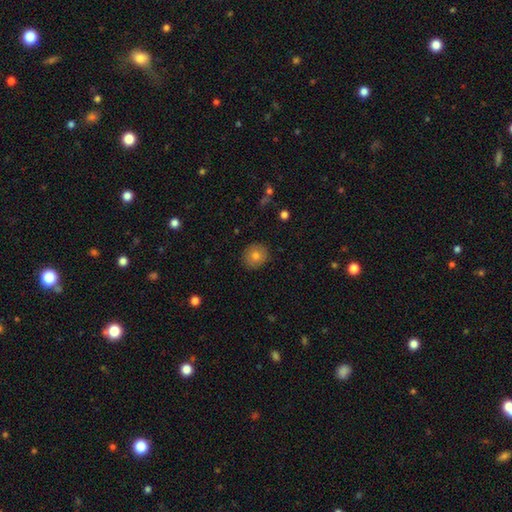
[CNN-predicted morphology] Smooth or featured? smooth (79%)
How rounded? round (83%)
Merging? none (89%)